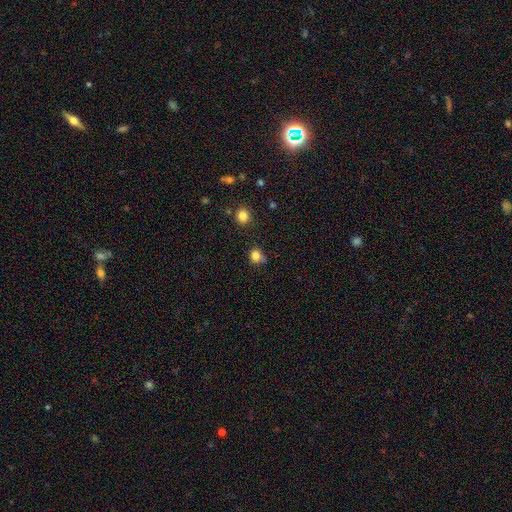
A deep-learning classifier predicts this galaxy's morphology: smooth-or-featured: smooth: 82% | star or artifact: 13% | featured or disk: 5%
  how-rounded: round: 82% | in between: 17% | cigar-shaped: 1%
  merging: none: 65% | minor disturbance: 21% | merger: 9% | major disturbance: 5%